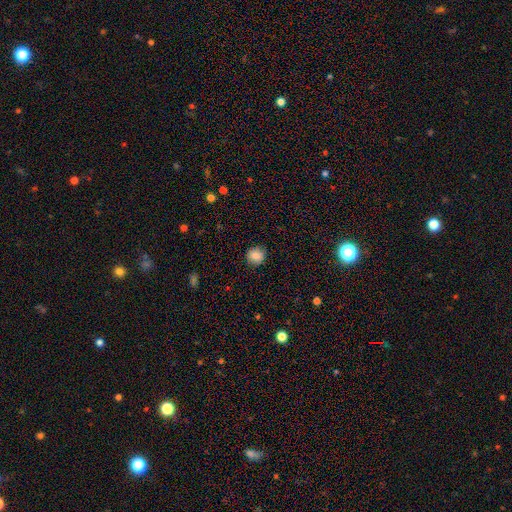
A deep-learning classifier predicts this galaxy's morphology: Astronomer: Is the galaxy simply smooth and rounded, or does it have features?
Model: smooth — 84%.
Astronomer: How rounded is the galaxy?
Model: round — 92%.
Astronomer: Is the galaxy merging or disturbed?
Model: none — 90%.